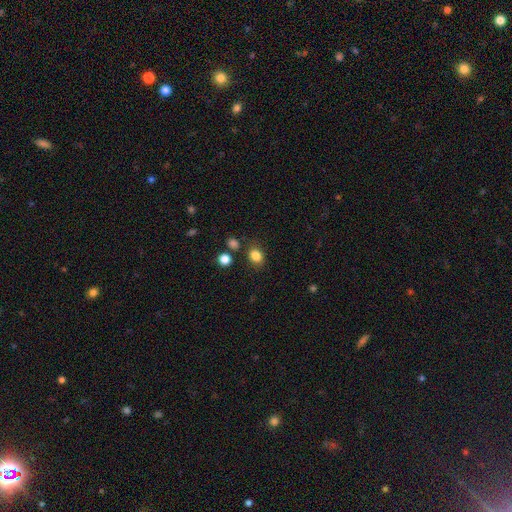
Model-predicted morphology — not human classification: smooth_or_featured: smooth (p=0.84) [alt: star or artifact p=0.12]
how_rounded: round (p=0.54) [alt: in between p=0.45]
merging: none (p=0.78) [alt: minor disturbance p=0.12]